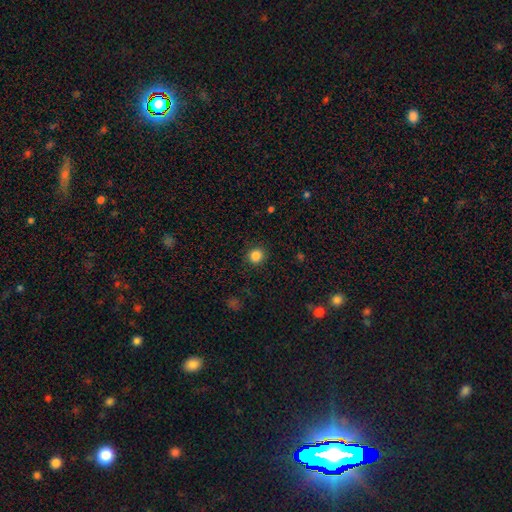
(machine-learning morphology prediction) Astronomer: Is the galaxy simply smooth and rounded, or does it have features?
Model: smooth — 85%.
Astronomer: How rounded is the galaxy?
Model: round — 91%.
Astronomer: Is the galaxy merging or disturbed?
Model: none — 91%.